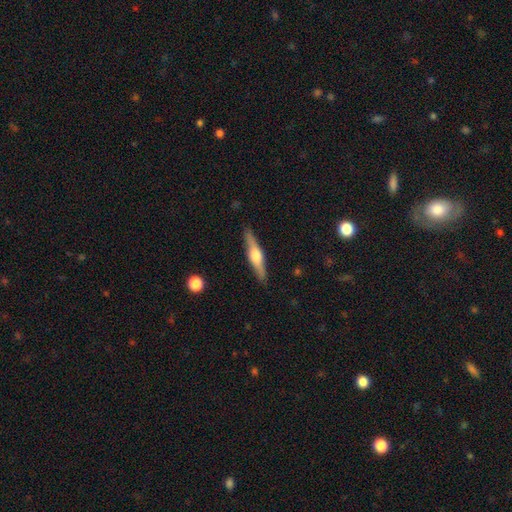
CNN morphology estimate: Smooth or featured: featured or disk — 67% (smooth — 27%)
Edge-on disk: yes — 97% (no — 3%)
Edge-on bulge: rounded — 91% (boxy — 6%)
Merging: none — 89% (minor disturbance — 8%)